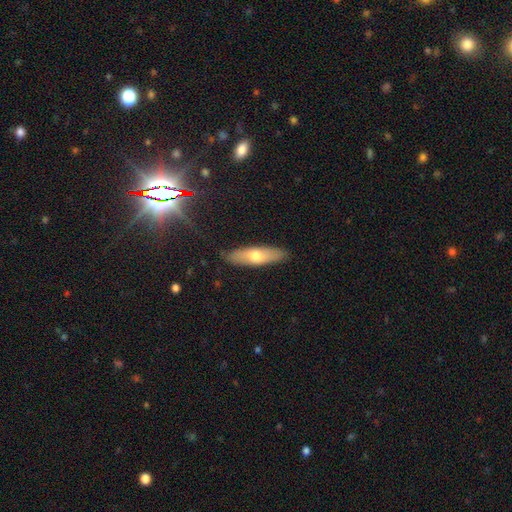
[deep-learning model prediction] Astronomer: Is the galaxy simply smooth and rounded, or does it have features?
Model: smooth — 55% (runner-up: featured or disk, 36%).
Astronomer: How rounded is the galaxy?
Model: cigar-shaped — 58% (runner-up: in between, 39%).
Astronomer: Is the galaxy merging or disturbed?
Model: none — 88%.